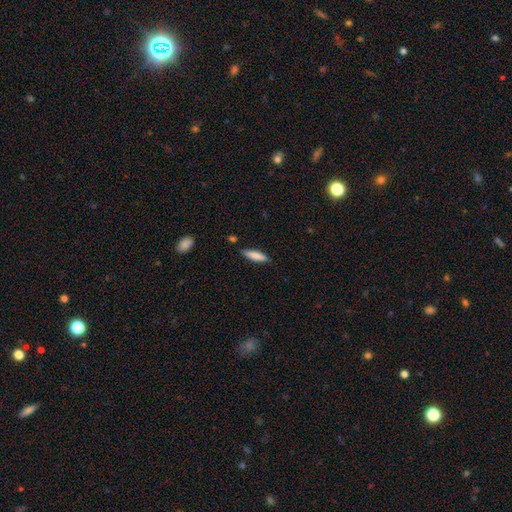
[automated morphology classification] Q: Smooth or featured?
A: smooth (81%); runner-up: featured or disk (14%)
Q: How rounded?
A: cigar-shaped (76%); runner-up: in between (23%)
Q: Merging?
A: none (85%); runner-up: minor disturbance (11%)